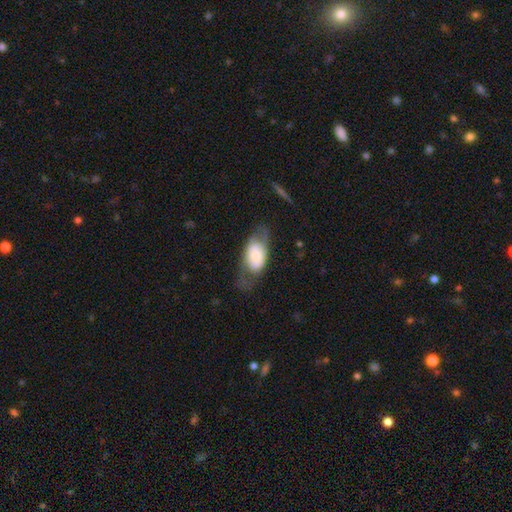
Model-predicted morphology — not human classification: Q: Smooth or featured?
A: smooth (53%); runner-up: featured or disk (40%)
Q: How rounded?
A: in between (88%); runner-up: round (9%)
Q: Merging?
A: none (52%); runner-up: minor disturbance (25%)